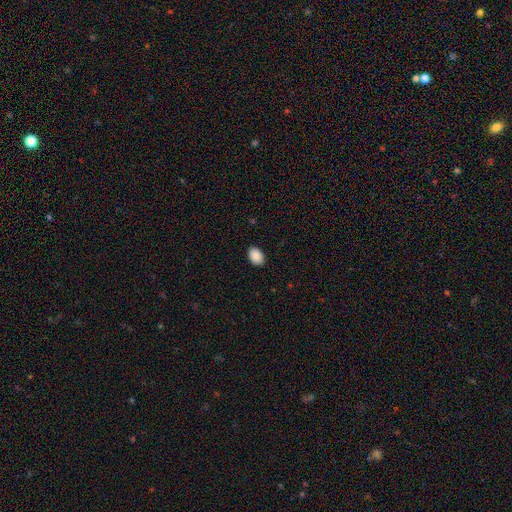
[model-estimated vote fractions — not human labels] This appears to be a smooth galaxy with no disk features (90%) that is in between round and cigar-shaped (84%). Merging: none (89%).